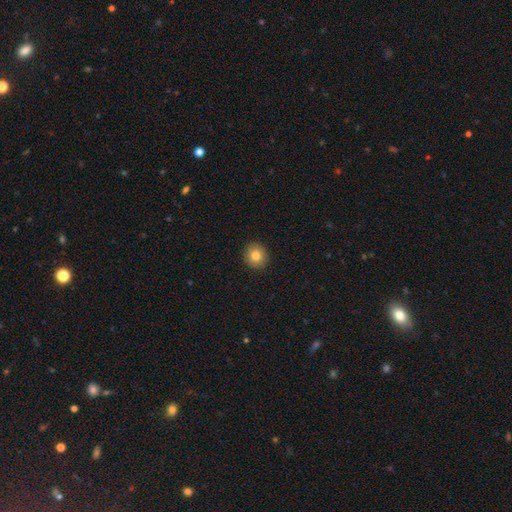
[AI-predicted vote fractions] Q: Smooth or featured?
A: smooth (82%); runner-up: star or artifact (10%)
Q: How rounded?
A: round (91%); runner-up: in between (8%)
Q: Merging?
A: none (92%); runner-up: minor disturbance (5%)